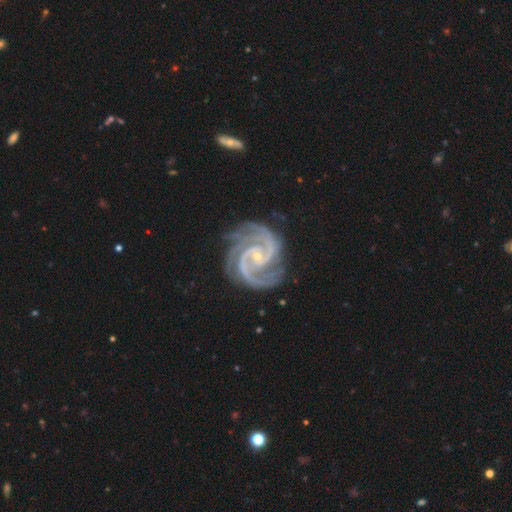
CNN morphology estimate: Smooth or featured? Predicted: featured or disk (p=0.94). Edge-on disk? Predicted: no (p=0.98). Bar? Predicted: no (p=0.40). Spiral arms? Predicted: yes (p=0.99). Spiral winding? Predicted: medium (p=0.48). Spiral arm count? Predicted: 2 (p=0.58). Bulge size? Predicted: small (p=0.78). Merging? Predicted: none (p=0.77).